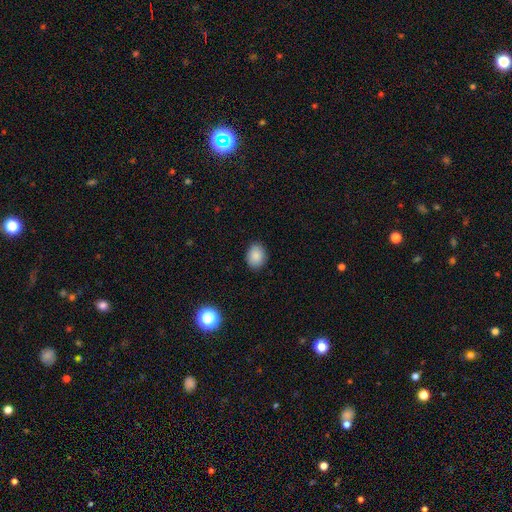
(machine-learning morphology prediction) The model was most divided on "how rounded": in between: 60%, round: 39%, cigar-shaped: 1%. More confident: smooth or featured — smooth (87%); merging — none (87%).